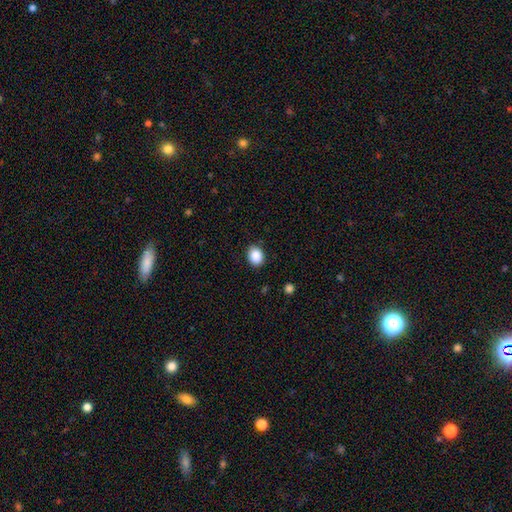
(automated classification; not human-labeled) Smooth or featured: smooth — 88% (star or artifact — 8%)
How rounded: in between — 52% (round — 47%)
Merging: none — 88% (minor disturbance — 9%)